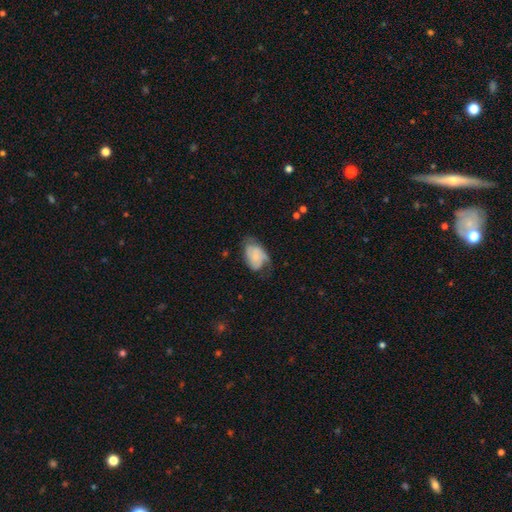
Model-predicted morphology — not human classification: smooth-or-featured: featured or disk: 52% | smooth: 41% | star or artifact: 7%
  disk-edge-on: no: 97% | yes: 3%
    bar: no: 71% | weak: 24% | strong: 5%
    has-spiral-arms: yes: 84% | no: 16%
    bulge-size: small: 53% | none: 22% | moderate: 20% | large: 3% | dominant: 2%
  merging: none: 46% | minor disturbance: 32% | major disturbance: 20% | merger: 2%